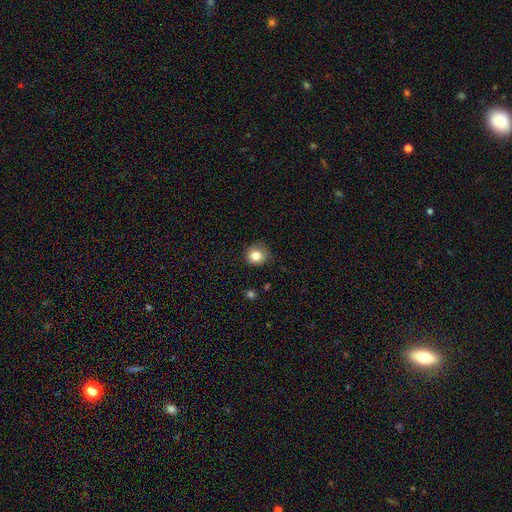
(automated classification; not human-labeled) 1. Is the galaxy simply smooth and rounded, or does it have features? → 83% smooth, 11% star or artifact, 6% featured or disk.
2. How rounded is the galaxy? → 87% round, 12% in between, 1% cigar-shaped.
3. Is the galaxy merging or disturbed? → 80% none, 16% minor disturbance, 3% major disturbance, 1% merger.